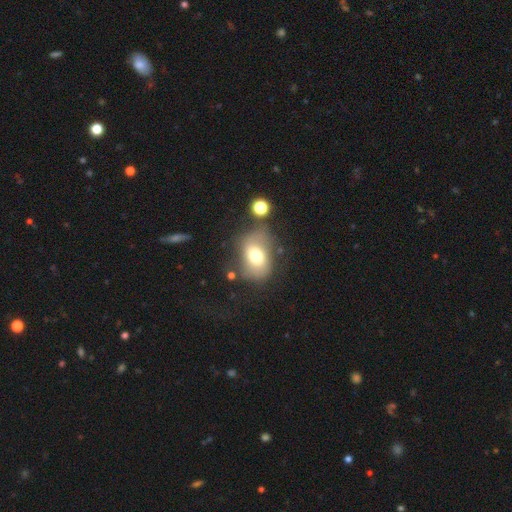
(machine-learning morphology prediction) Smooth or featured? smooth (66%)
How rounded? in between (71%)
Merging? none (53%)